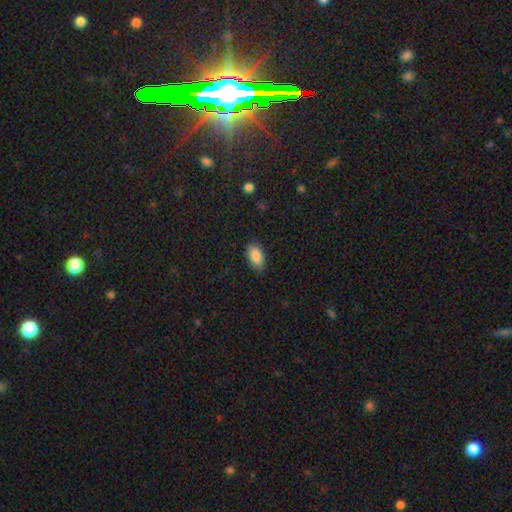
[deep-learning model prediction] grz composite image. It shows a smooth galaxy with no disk features (87%) that is in between round and cigar-shaped (92%). Merging: none (84%).